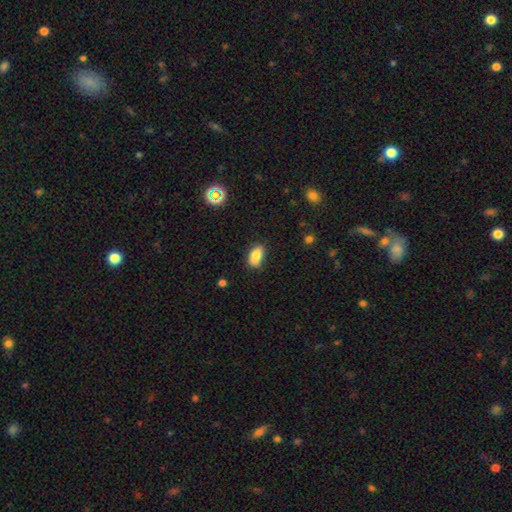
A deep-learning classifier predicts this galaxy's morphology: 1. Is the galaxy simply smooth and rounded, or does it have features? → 82% smooth, 9% star or artifact, 8% featured or disk.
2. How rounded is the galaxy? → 90% in between, 6% round, 4% cigar-shaped.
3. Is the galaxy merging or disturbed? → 75% none, 20% minor disturbance, 3% major disturbance, 2% merger.